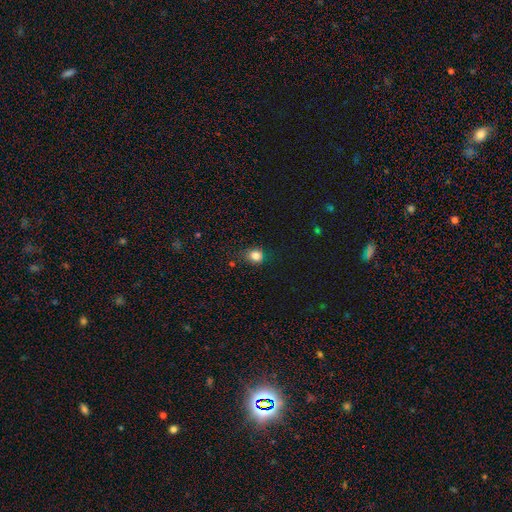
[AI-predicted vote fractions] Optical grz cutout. It shows a smooth galaxy with no disk features (82%) that is round (68%). Merging: none (72%).